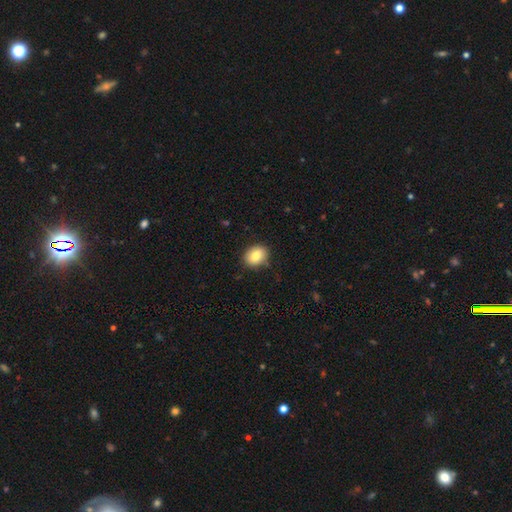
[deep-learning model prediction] smooth 83%, featured or disk 9%, star or artifact 8%. Down the decision tree: how rounded — in between (52%); merging — none (86%).